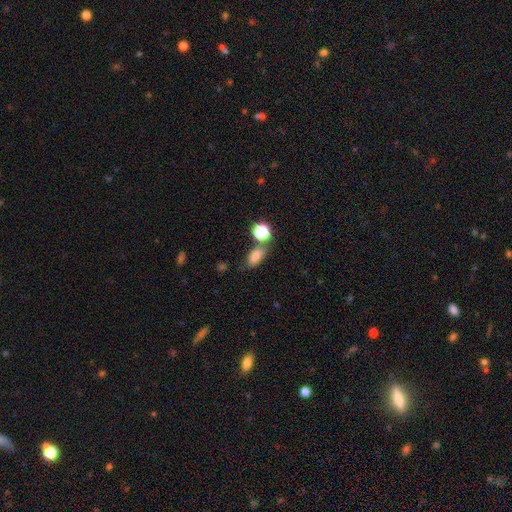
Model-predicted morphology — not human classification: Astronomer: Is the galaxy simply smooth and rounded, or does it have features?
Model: smooth — 80%.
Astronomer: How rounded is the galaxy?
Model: in between — 82%.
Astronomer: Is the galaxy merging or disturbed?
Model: none — 64%.